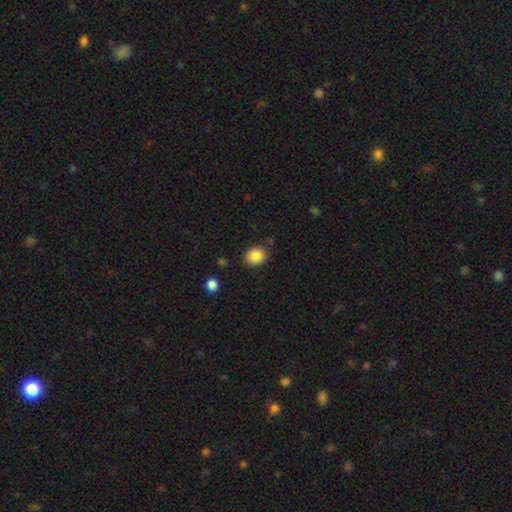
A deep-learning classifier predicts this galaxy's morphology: Q: Smooth or featured?
A: smooth (86%); runner-up: star or artifact (9%)
Q: How rounded?
A: round (66%); runner-up: in between (33%)
Q: Merging?
A: none (84%); runner-up: minor disturbance (10%)